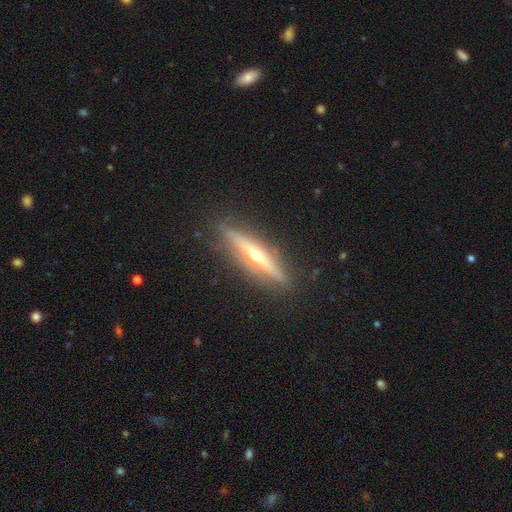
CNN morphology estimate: Smooth or featured? Predicted: featured or disk (p=0.79). Edge-on disk? Predicted: yes (p=0.97). Edge-on bulge? Predicted: rounded (p=0.92). Merging? Predicted: none (p=0.90).